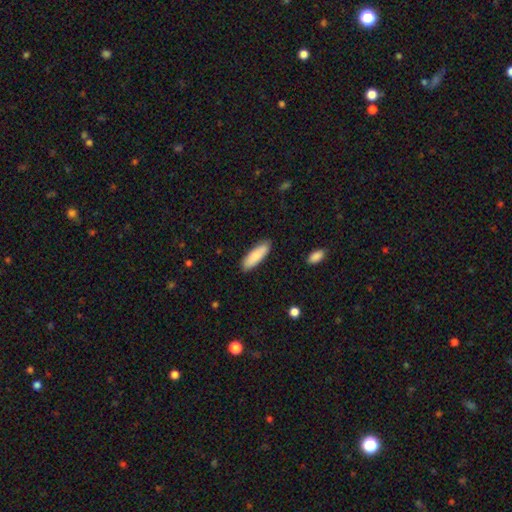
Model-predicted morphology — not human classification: Smooth or featured?
  - smooth: 84% *
  - featured or disk: 10%
  - star or artifact: 5%
How rounded?
  - in between: 50% *
  - cigar-shaped: 48%
  - round: 2%
Merging?
  - none: 87% *
  - minor disturbance: 10%
  - major disturbance: 2%
  - merger: 1%